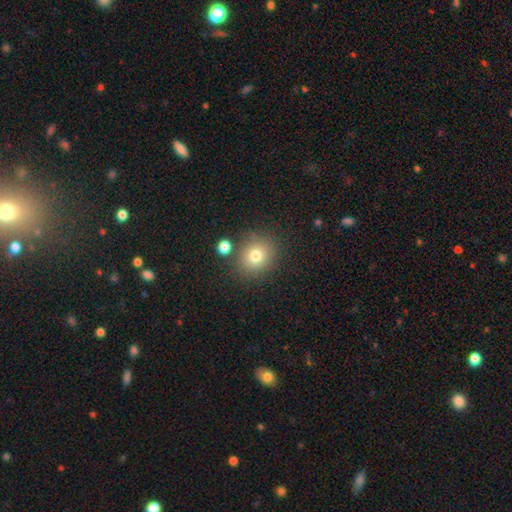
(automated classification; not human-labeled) Overall: smooth (77%). How rounded: round (75%). Merging: none (78%).